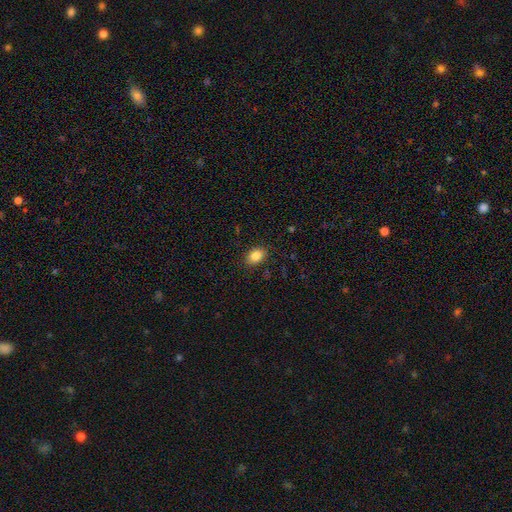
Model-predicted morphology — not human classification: smooth_or_featured: smooth (p=0.85) [alt: star or artifact p=0.09]
how_rounded: in between (p=0.73) [alt: round p=0.26]
merging: none (p=0.86) [alt: minor disturbance p=0.10]